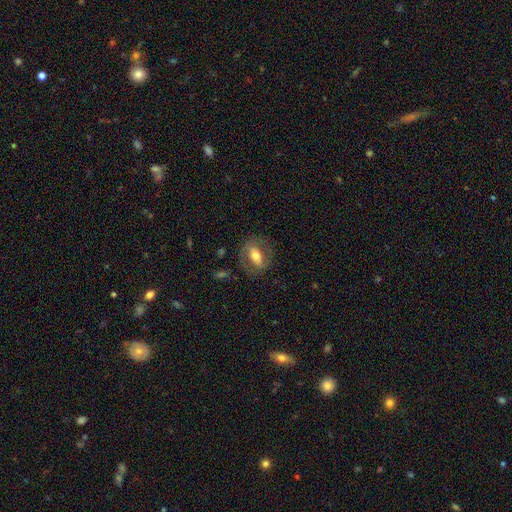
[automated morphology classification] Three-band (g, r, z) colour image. It shows a featured or disk galaxy (50%). Merging: none (75%).